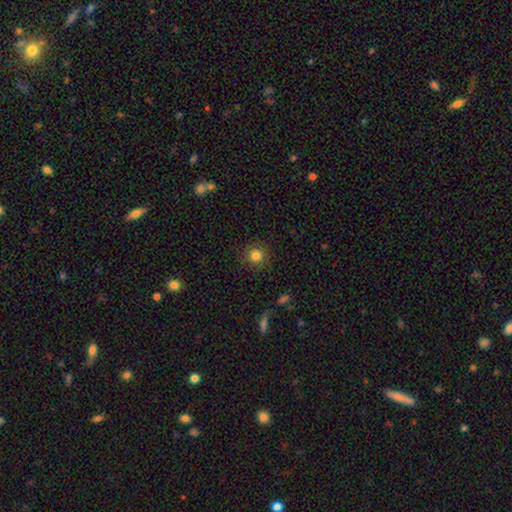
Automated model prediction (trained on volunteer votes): Smooth or featured? smooth (82%)
How rounded? round (94%)
Merging? none (89%)